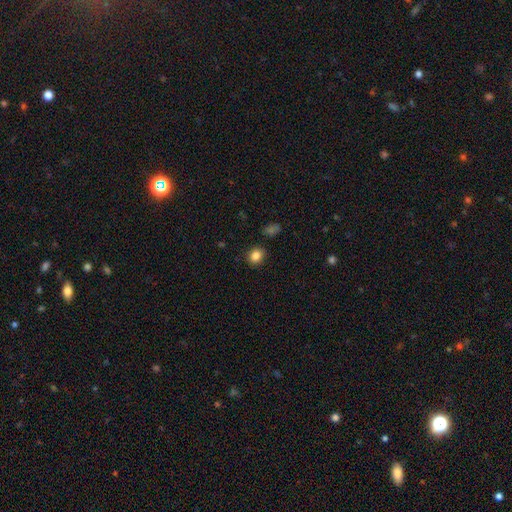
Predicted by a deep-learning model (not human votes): Smooth or featured? smooth (84%)
How rounded? round (71%)
Merging? none (88%)